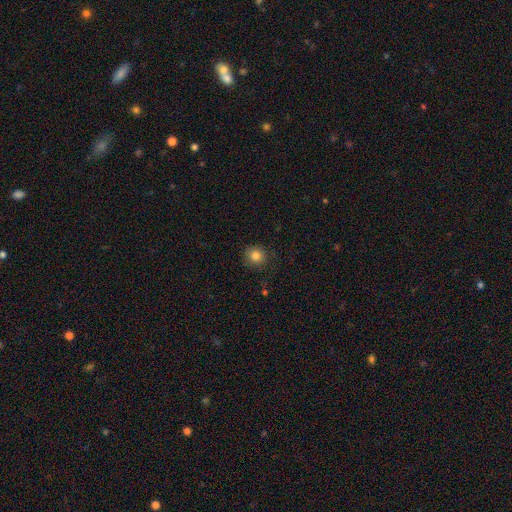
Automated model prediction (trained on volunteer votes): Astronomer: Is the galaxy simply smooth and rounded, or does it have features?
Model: smooth — 83%.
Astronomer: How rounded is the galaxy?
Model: round — 91%.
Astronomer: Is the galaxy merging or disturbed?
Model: none — 86%.